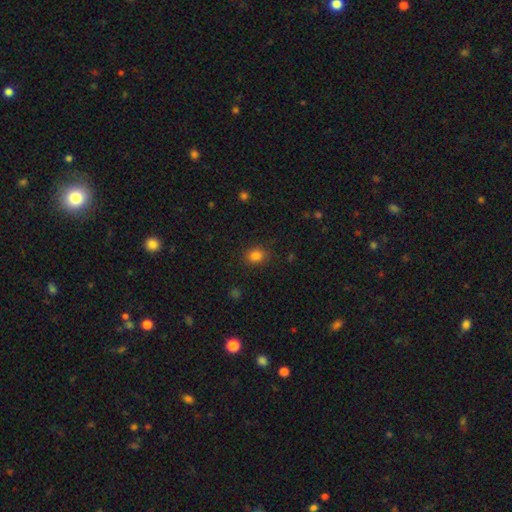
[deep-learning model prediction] smooth 83%, star or artifact 12%, featured or disk 5%. Down the decision tree: how rounded — round (61%); merging — none (86%).